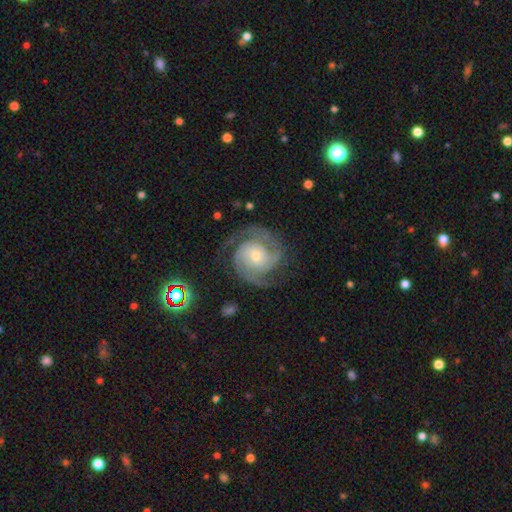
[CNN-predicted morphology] featured or disk 91%, star or artifact 5%, smooth 4%. Down the decision tree: edge-on disk — no (98%); bar — no (71%); spiral arms — yes (98%); spiral arm count — 2 (63%); spiral winding — tight (63%); bulge size — small (53%); merging — none (78%).